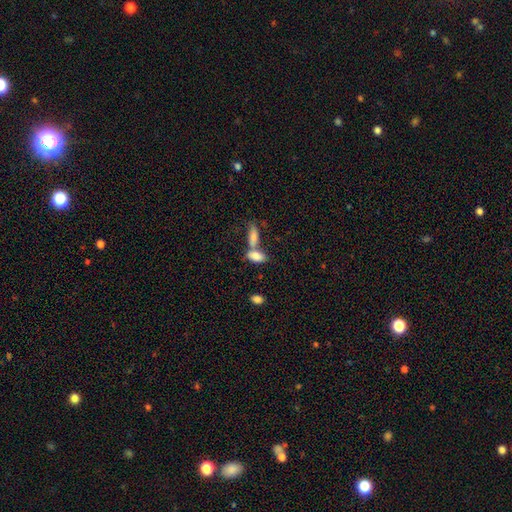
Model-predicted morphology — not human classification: smooth 81%, featured or disk 12%, star or artifact 8%. Down the decision tree: how rounded — in between (86%); merging — merger (57%).